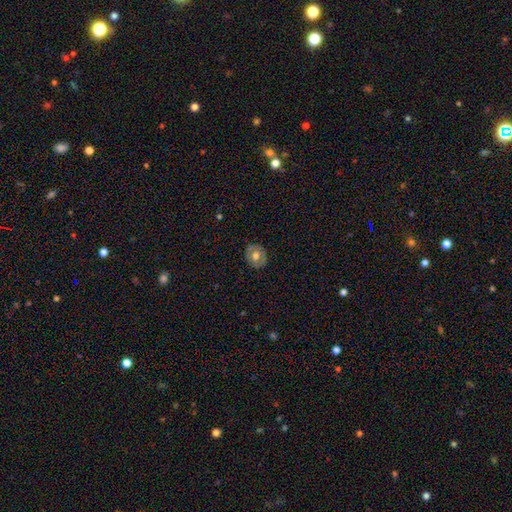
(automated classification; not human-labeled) This is possibly a smooth galaxy (54%). How rounded: likely round (71%). Merging: clearly none (84%).